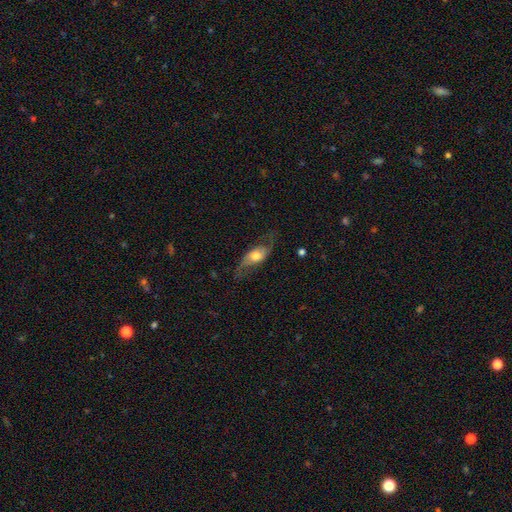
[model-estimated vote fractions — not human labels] smooth_or_featured: featured or disk (p=0.66) [alt: smooth p=0.27]
disk_edge_on: no (p=0.84) [alt: yes p=0.16]
bar: no (p=0.67) [alt: weak p=0.25]
has_spiral_arms: yes (p=0.87) [alt: no p=0.13]
bulge_size: moderate (p=0.61) [alt: large p=0.19]
merging: none (p=0.63) [alt: minor disturbance p=0.20]